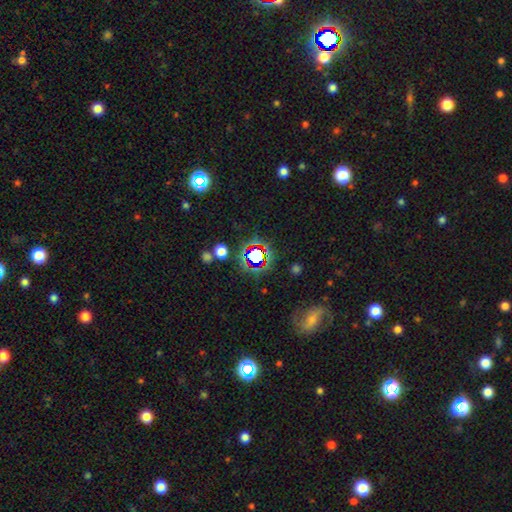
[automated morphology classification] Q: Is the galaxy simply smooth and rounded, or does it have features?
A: star or artifact — 64%.